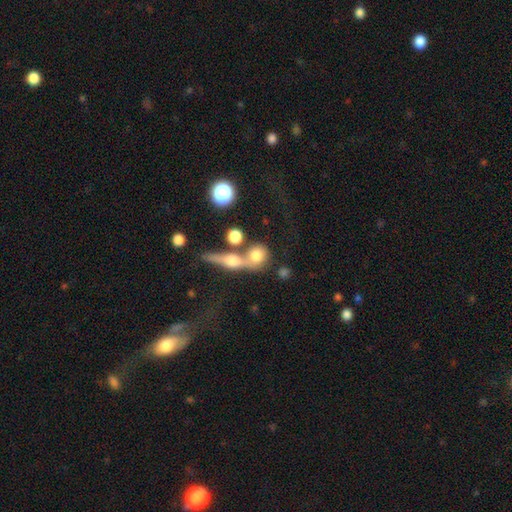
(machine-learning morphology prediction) A smooth galaxy with no disk features (66%) that is round (70%). Merging: merger (44%).